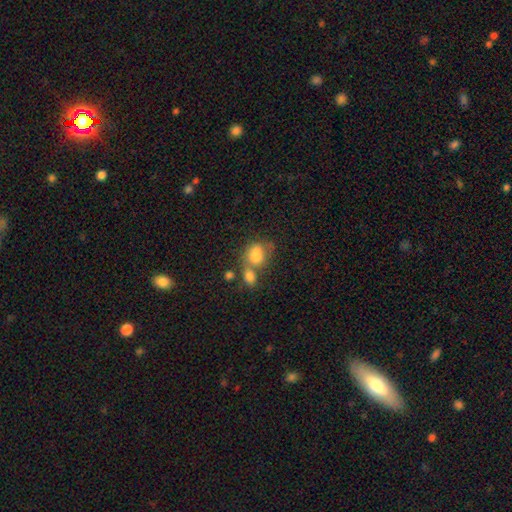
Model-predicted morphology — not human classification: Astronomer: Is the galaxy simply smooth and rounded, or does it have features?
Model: smooth — 76%.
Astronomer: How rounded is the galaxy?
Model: in between — 57% (runner-up: round, 41%).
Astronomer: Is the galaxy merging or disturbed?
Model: merger — 49% (runner-up: none, 30%).